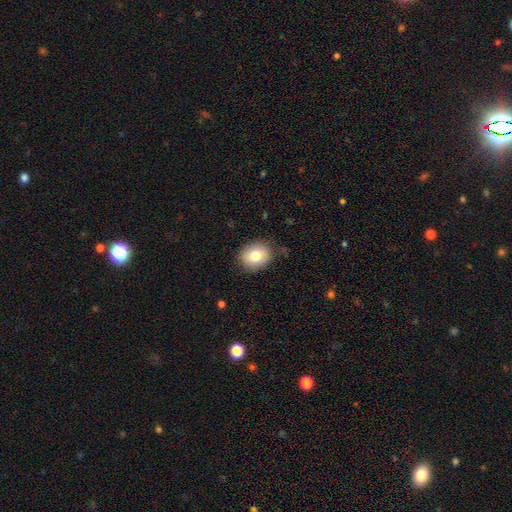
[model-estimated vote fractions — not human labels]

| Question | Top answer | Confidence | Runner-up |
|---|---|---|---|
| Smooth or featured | smooth | 80% | featured or disk (11%) |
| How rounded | round | 51% | in between (48%) |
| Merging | none | 86% | minor disturbance (11%) |